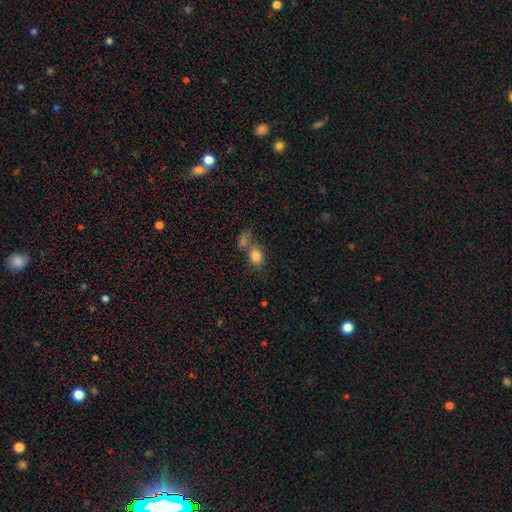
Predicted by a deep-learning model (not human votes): Smooth or featured?
  - smooth: 81% *
  - star or artifact: 10%
  - featured or disk: 8%
How rounded?
  - in between: 67% *
  - round: 31%
  - cigar-shaped: 2%
Merging?
  - none: 47% *
  - merger: 31%
  - minor disturbance: 15%
  - major disturbance: 7%